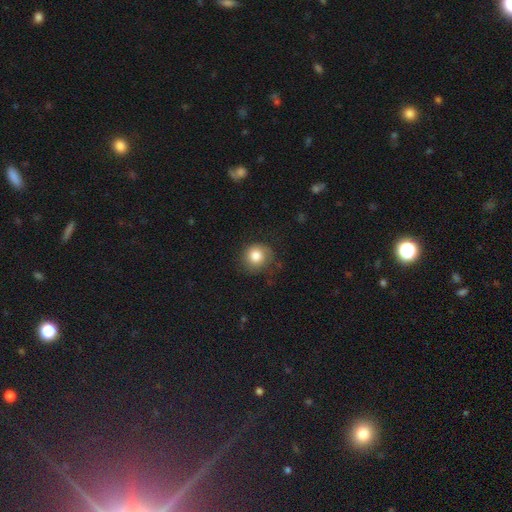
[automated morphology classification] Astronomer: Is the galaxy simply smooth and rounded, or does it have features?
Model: smooth — 81%.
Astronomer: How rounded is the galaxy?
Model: round — 86%.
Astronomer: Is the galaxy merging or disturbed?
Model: none — 73%.